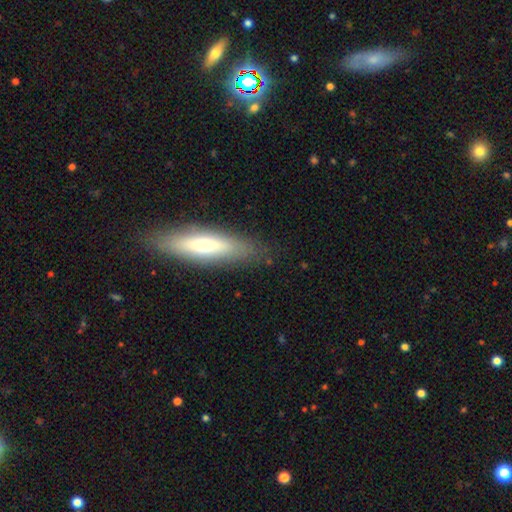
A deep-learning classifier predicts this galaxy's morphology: Smooth or featured? Predicted: smooth (p=0.54). How rounded? Predicted: cigar-shaped (p=0.70). Merging? Predicted: none (p=0.87).